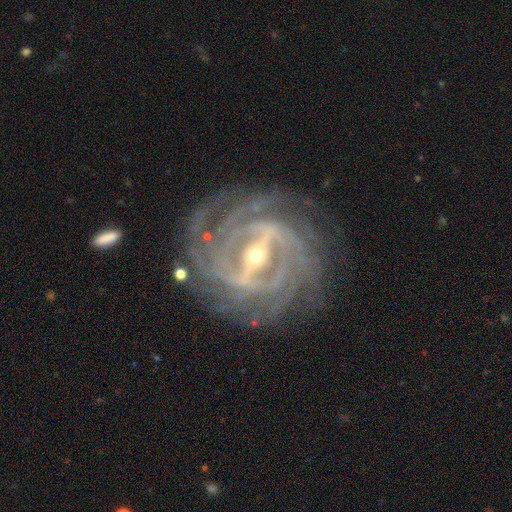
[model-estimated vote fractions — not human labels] smooth_or_featured: featured or disk (p=0.92) [alt: star or artifact p=0.05]
disk_edge_on: no (p=0.95) [alt: yes p=0.05]
bar: strong (p=0.74) [alt: weak p=0.21]
has_spiral_arms: yes (p=0.97) [alt: no p=0.03]
spiral_winding: tight (p=0.80) [alt: medium p=0.17]
spiral_arm_count: 4 (p=0.29) [alt: can't tell p=0.19]
bulge_size: small (p=0.52) [alt: moderate p=0.45]
merging: none (p=0.82) [alt: minor disturbance p=0.12]